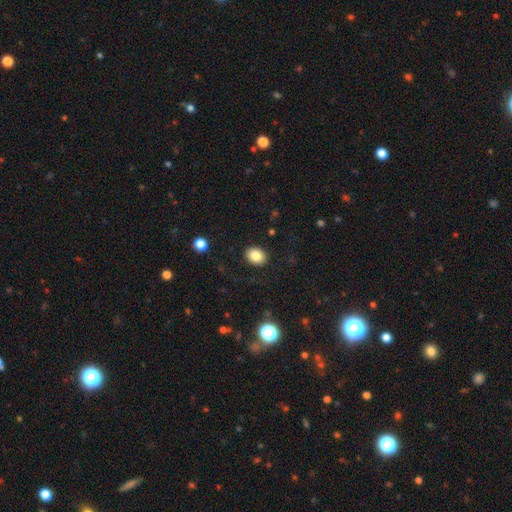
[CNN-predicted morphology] Smooth or featured? smooth (84%)
How rounded? in between (56%)
Merging? none (89%)